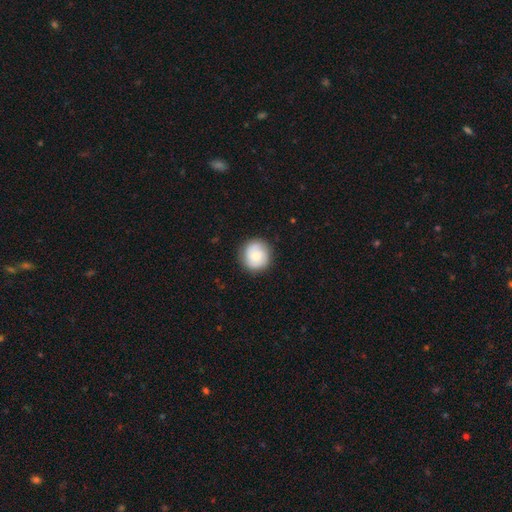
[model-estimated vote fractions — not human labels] A smooth galaxy with no disk features (67%) that is round (92%). Merging: none (87%).